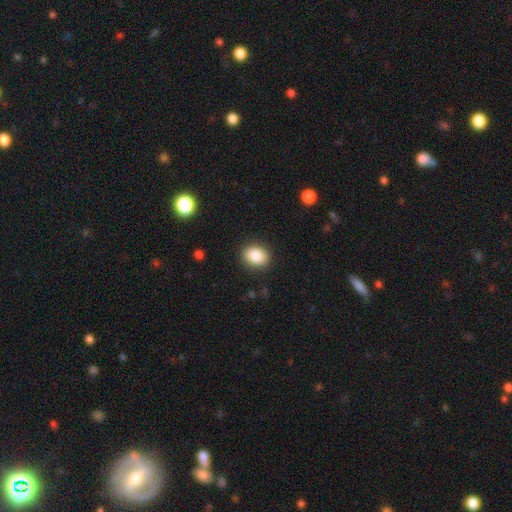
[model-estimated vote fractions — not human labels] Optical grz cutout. It shows a smooth galaxy with no disk features (86%) that is in between round and cigar-shaped (55%). Merging: none (89%).